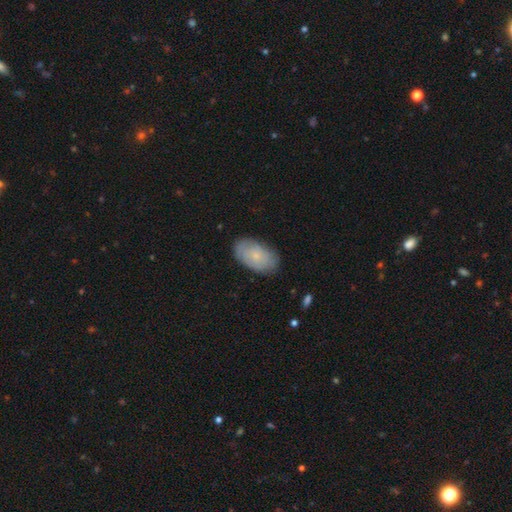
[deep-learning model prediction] The model was most divided on "smooth or featured": smooth: 68%, featured or disk: 26%, star or artifact: 7%. More confident: how rounded — in between (94%); merging — none (81%).